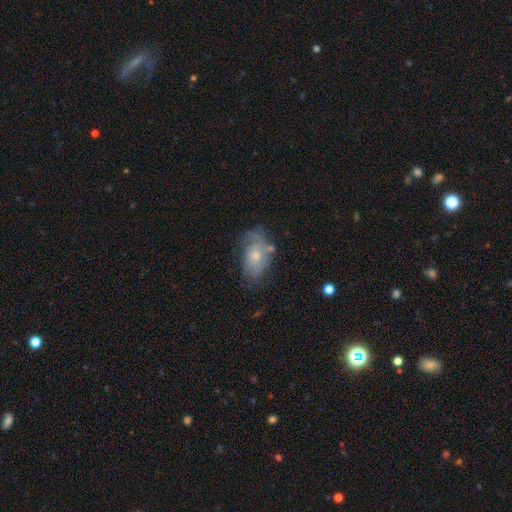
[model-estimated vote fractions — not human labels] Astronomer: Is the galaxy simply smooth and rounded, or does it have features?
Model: featured or disk — 60%.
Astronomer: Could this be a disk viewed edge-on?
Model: no — 95%.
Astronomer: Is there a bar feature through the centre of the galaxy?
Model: no — 81%.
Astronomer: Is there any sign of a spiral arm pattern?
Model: yes — 74%.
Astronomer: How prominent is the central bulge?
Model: small — 48% (runner-up: moderate, 46%).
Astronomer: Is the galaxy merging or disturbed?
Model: none — 52% (runner-up: minor disturbance, 28%).